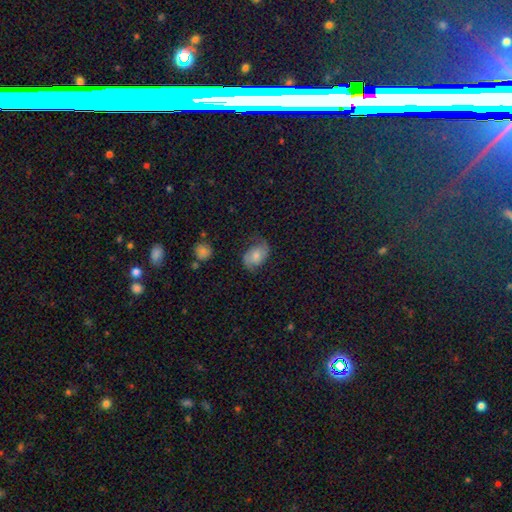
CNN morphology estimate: Q: Smooth or featured?
A: featured or disk (46%); runner-up: smooth (45%)
Q: Merging?
A: none (59%); runner-up: minor disturbance (25%)